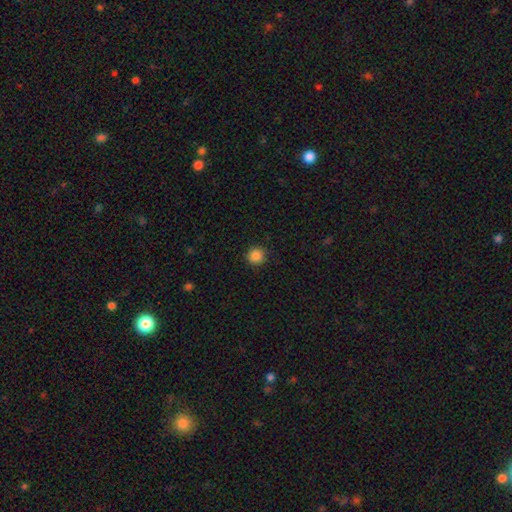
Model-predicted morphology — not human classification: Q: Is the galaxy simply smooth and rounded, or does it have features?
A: smooth — 87%.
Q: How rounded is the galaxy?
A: round — 95%.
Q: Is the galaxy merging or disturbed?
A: none — 91%.